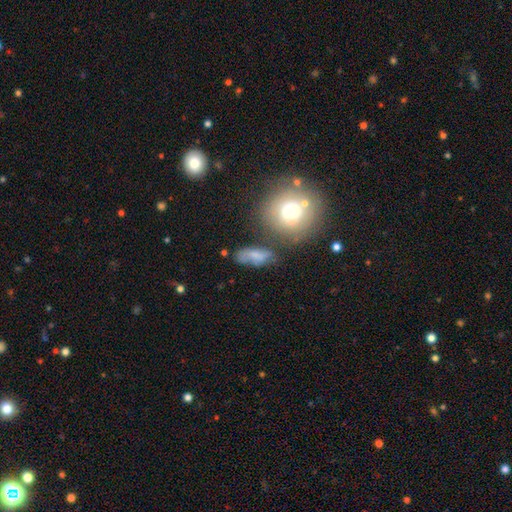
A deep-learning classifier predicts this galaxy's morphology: A smooth galaxy with no disk features (64%) that is in between round and cigar-shaped (76%).

Vote fractions:
- Smooth or featured? smooth: 64% / featured or disk: 25% / star or artifact: 11%
- How rounded? in between: 76% / cigar-shaped: 16% / round: 8%
- Merging? none: 48% / minor disturbance: 24% / merger: 14% / major disturbance: 14%